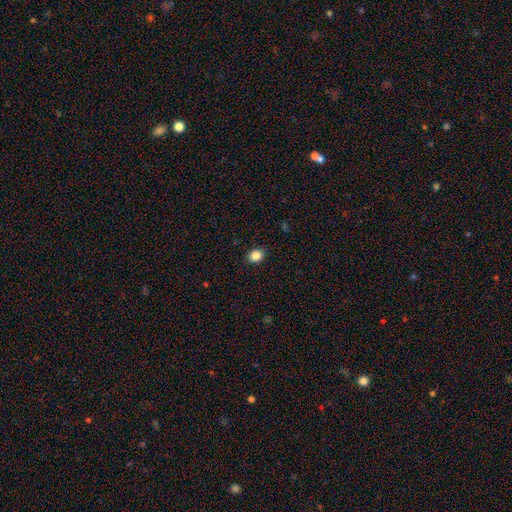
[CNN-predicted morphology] A smooth galaxy with no disk features (86%) that is in between round and cigar-shaped (51%). Merging: none (90%).